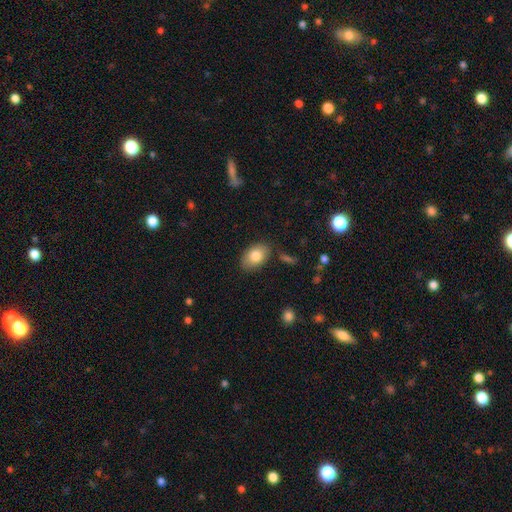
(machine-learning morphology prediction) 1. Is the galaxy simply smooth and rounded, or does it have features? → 81% smooth, 12% featured or disk, 7% star or artifact.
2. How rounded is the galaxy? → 89% in between, 10% round, 1% cigar-shaped.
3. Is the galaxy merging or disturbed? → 82% none, 13% minor disturbance, 3% major disturbance, 3% merger.